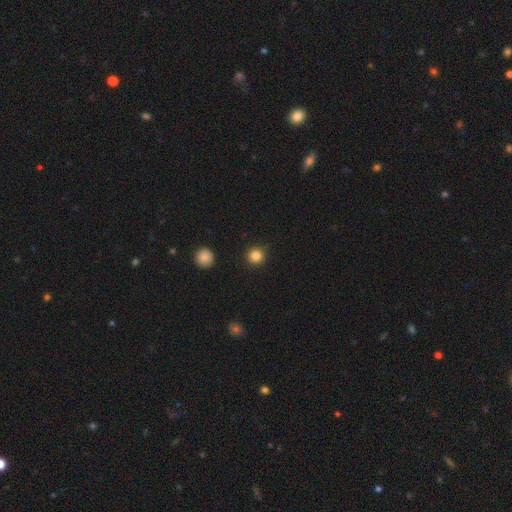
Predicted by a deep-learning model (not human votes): Smooth or featured? smooth (84%)
How rounded? round (95%)
Merging? none (90%)